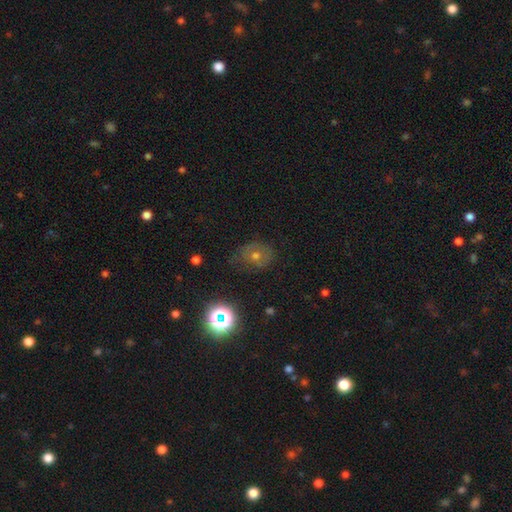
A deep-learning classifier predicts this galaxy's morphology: smooth_or_featured: smooth (p=0.41) [alt: star or artifact p=0.31]
merging: none (p=0.67) [alt: minor disturbance p=0.22]